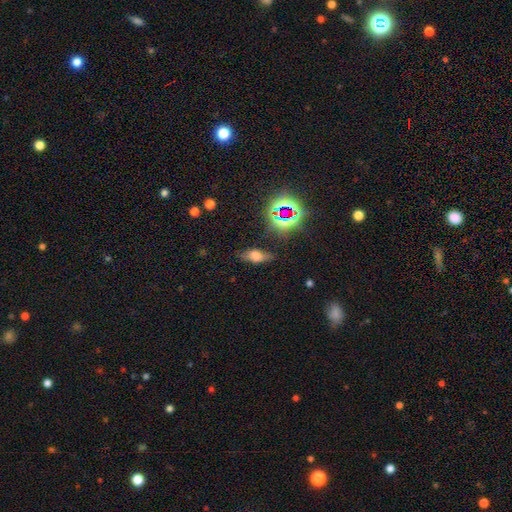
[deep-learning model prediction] smooth-or-featured: smooth: 57% | star or artifact: 22% | featured or disk: 21%
  how-rounded: in between: 75% | cigar-shaped: 17% | round: 7%
  merging: none: 73% | minor disturbance: 18% | major disturbance: 6% | merger: 3%